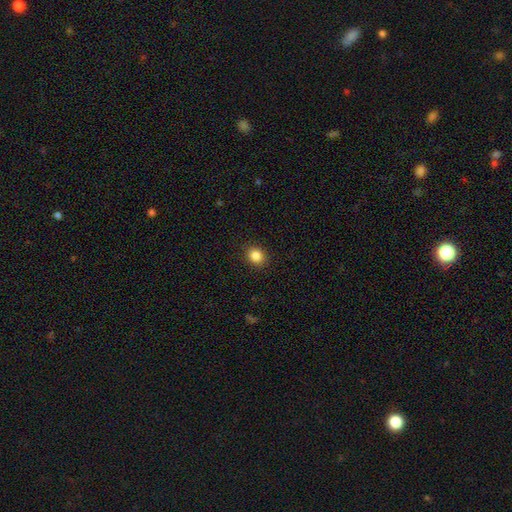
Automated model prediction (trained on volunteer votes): Smooth or featured: smooth — 86% (star or artifact — 10%)
How rounded: round — 71% (in between — 28%)
Merging: none — 90% (minor disturbance — 7%)